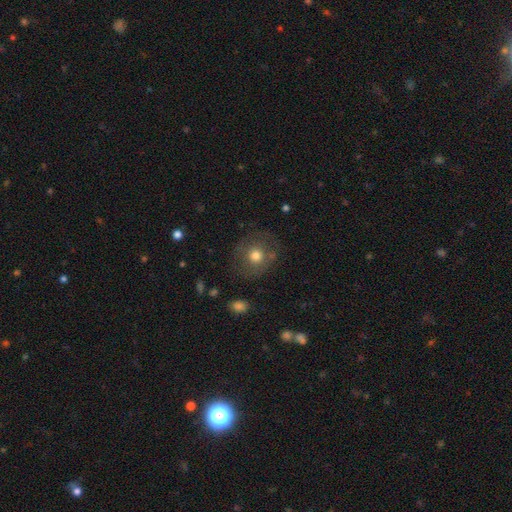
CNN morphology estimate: A smooth galaxy with no disk features (67%) that is round (85%). Merging: none (76%).